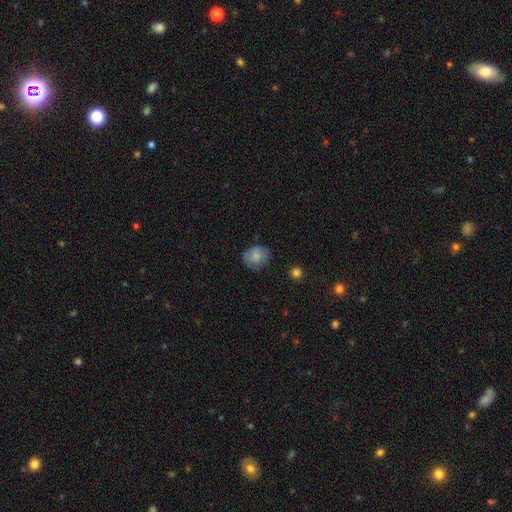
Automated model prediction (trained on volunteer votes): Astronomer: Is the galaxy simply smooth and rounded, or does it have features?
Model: smooth — 80%.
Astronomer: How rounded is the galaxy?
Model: round — 61% (runner-up: in between, 38%).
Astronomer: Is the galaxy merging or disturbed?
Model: none — 75%.